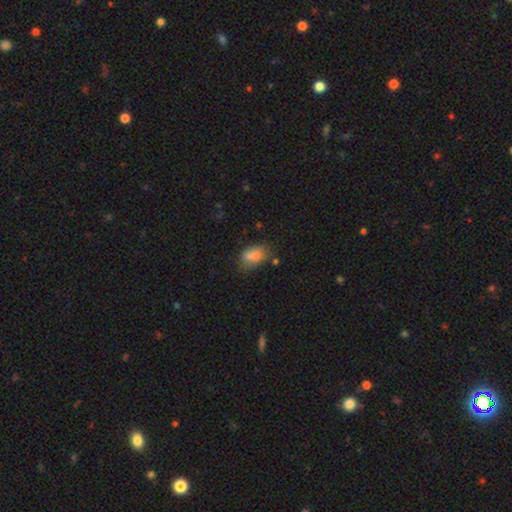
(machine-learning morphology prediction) Smooth or featured? smooth (76%)
How rounded? in between (84%)
Merging? none (54%)